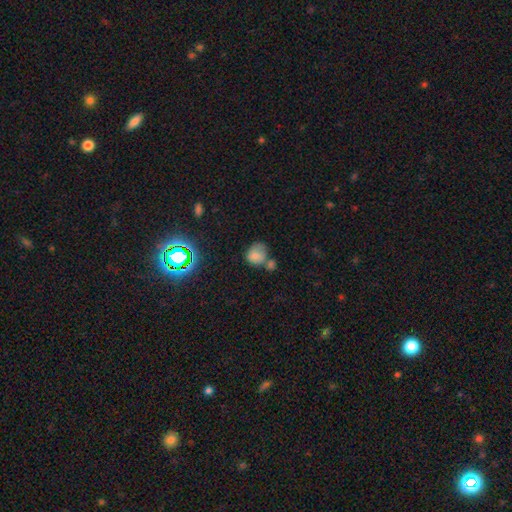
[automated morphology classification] smooth-or-featured: smooth: 72% | star or artifact: 15% | featured or disk: 13%
  how-rounded: round: 61% | in between: 38% | cigar-shaped: 1%
  merging: merger: 37% | none: 35% | minor disturbance: 18% | major disturbance: 9%